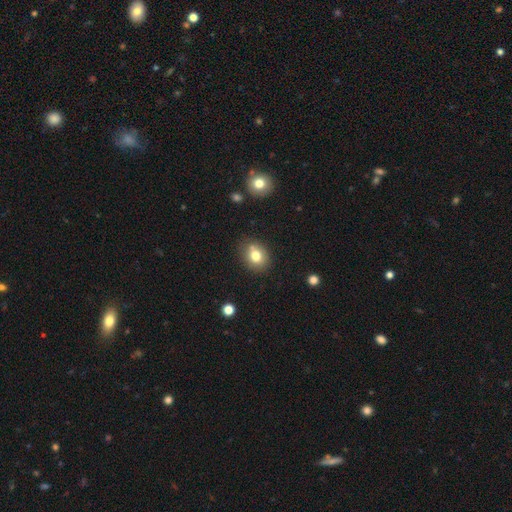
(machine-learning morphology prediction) Smooth or featured: smooth — 77% (featured or disk — 12%)
How rounded: round — 57% (in between — 42%)
Merging: none — 73% (minor disturbance — 14%)